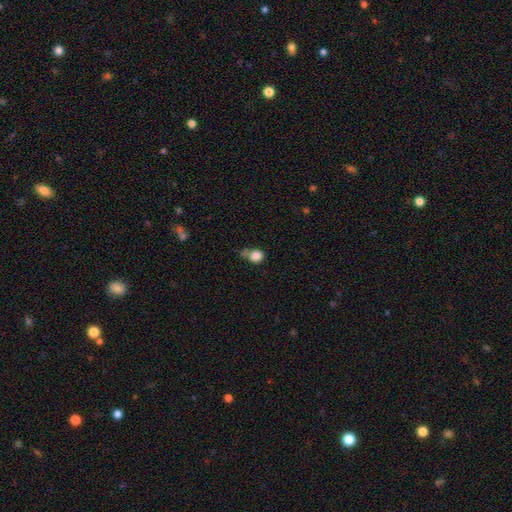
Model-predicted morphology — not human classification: Smooth or featured? smooth (84%)
How rounded? round (76%)
Merging? none (50%)